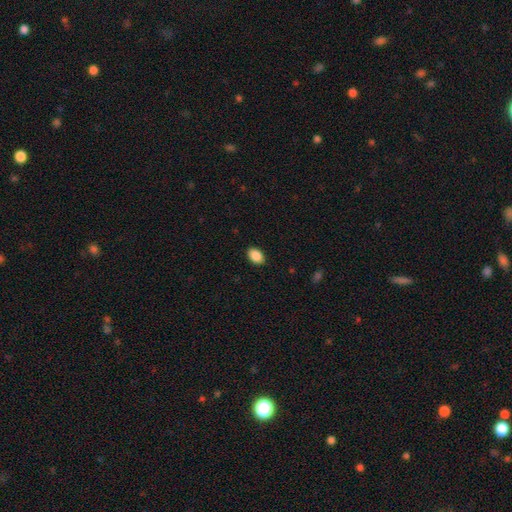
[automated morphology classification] The model was most divided on "how rounded": in between: 87%, round: 12%, cigar-shaped: 1%. More confident: merging — none (89%); smooth or featured — smooth (89%).